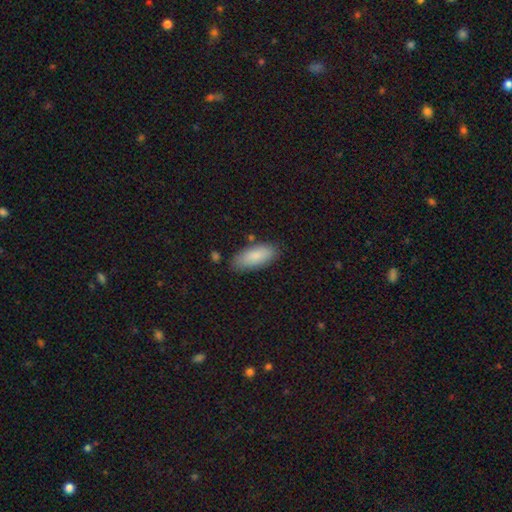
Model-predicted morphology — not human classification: The model was most divided on "merging": none: 80%, minor disturbance: 15%, merger: 3%, major disturbance: 3%. More confident: smooth or featured — smooth (85%); how rounded — in between (84%).